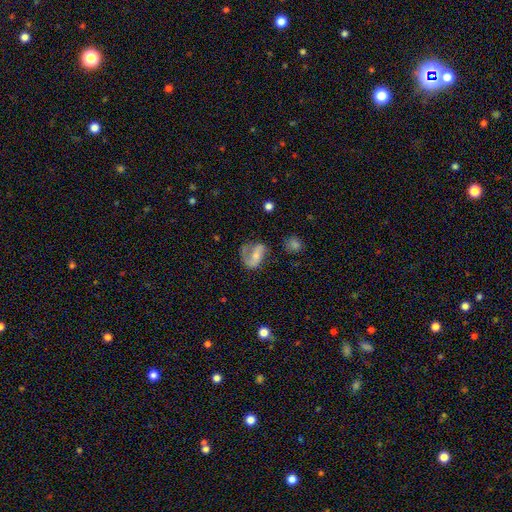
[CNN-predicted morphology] Overall: featured or disk (63%; smooth 30%). Edge-on disk: no (96%). Bar: no (40%; weak 36%). Spiral arms: yes (82%). Bulge size: small (47%; moderate 37%). Merging: none (43%; major disturbance 30%).